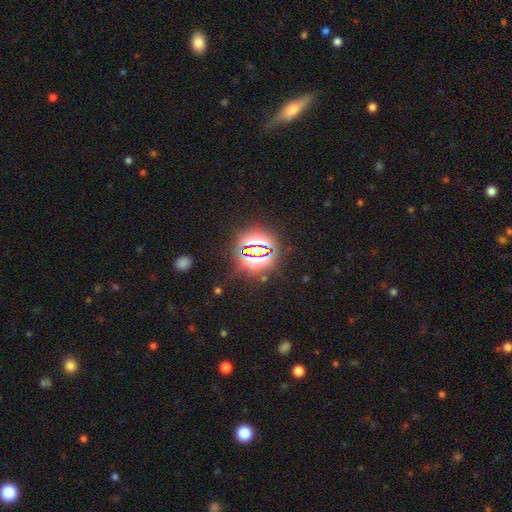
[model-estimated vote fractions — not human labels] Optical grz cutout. It shows a star or artifact, not a galaxy (78%).